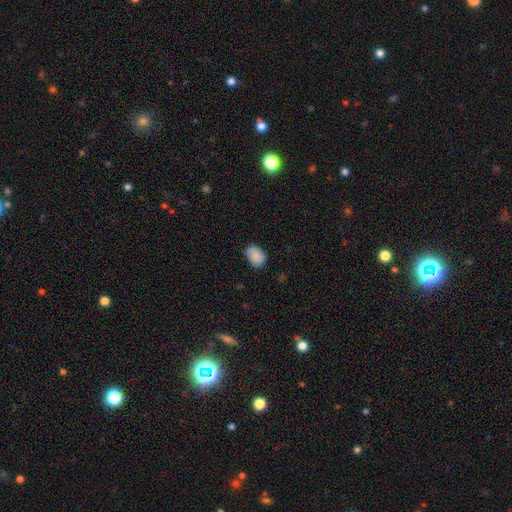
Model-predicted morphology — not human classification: Smooth or featured? smooth (87%)
How rounded? in between (77%)
Merging? none (61%)